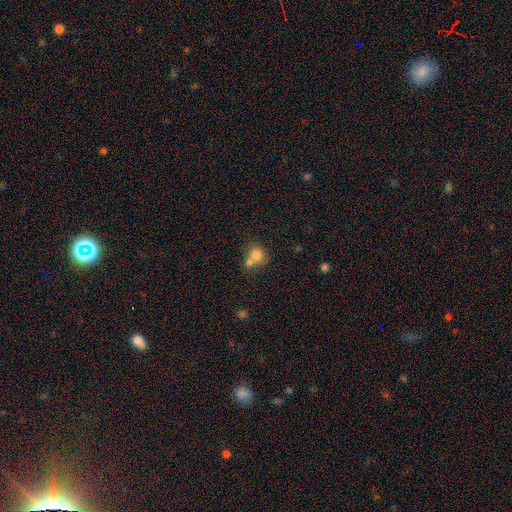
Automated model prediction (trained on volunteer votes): Smooth or featured? smooth (79%)
How rounded? round (77%)
Merging? merger (49%)